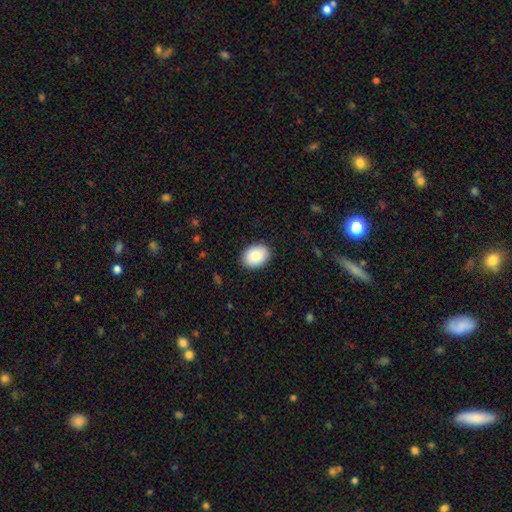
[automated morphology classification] type=smooth (86%); roundness=in between (72%); merging=none (90%).